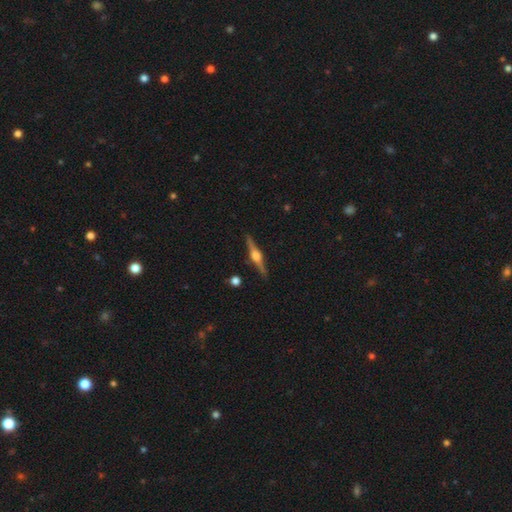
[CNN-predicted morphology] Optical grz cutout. It shows a featured or disk galaxy (83%) viewed edge-on (98%) with a rounded central bulge (92%). Merging: none (90%).